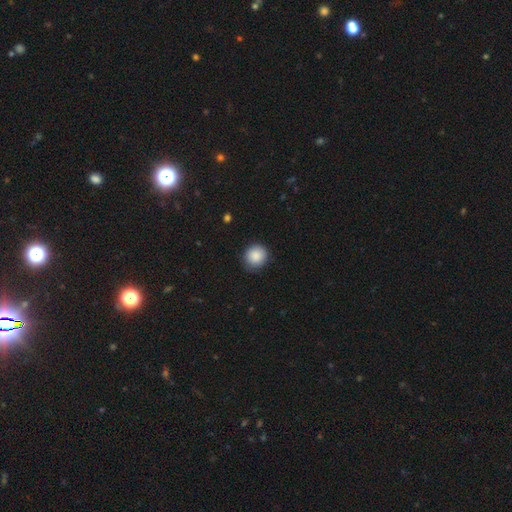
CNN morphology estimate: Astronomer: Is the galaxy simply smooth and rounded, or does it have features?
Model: smooth — 88%.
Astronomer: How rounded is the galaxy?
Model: round — 90%.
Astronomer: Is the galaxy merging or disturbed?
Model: none — 84%.